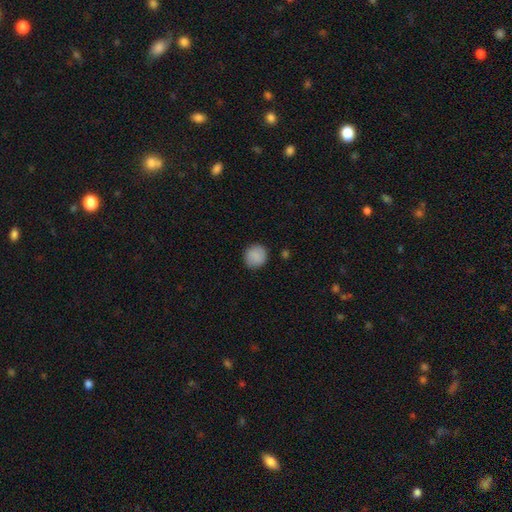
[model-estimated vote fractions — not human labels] This appears to be a smooth galaxy with no disk features (88%) that is round (89%). Merging: none (89%).